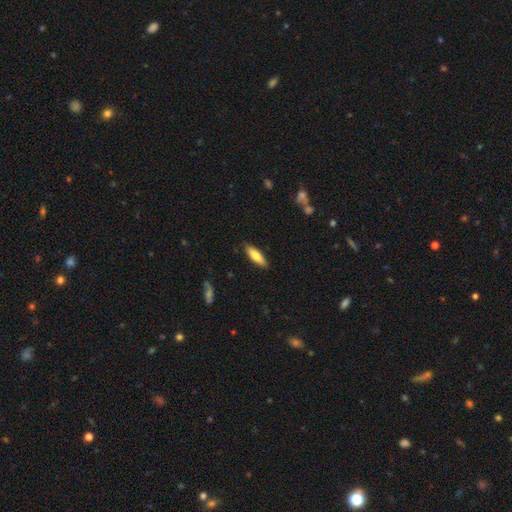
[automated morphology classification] smooth-or-featured: smooth: 73% | featured or disk: 21% | star or artifact: 6%
  how-rounded: in between: 50% | cigar-shaped: 48% | round: 2%
  merging: none: 87% | minor disturbance: 10% | major disturbance: 2% | merger: 1%